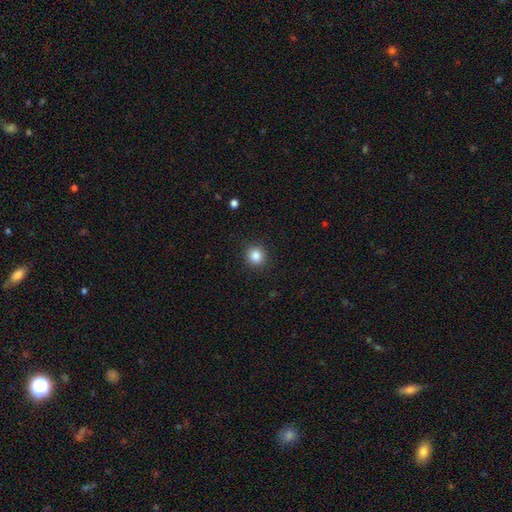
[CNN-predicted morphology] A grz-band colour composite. It shows a smooth galaxy with no disk features (85%) that is round (91%). Merging: none (91%).